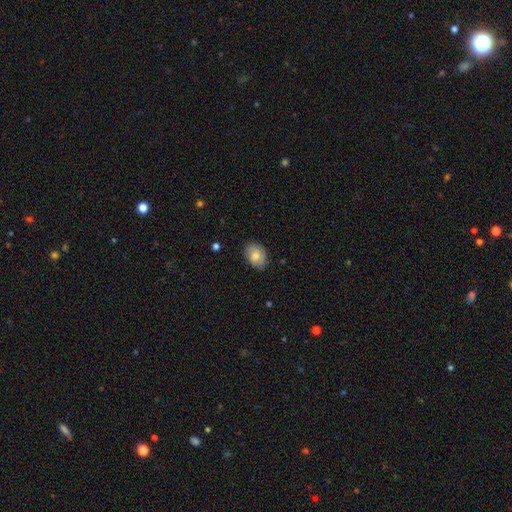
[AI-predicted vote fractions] smooth_or_featured: smooth (p=0.75) [alt: featured or disk p=0.17]
how_rounded: in between (p=0.66) [alt: round p=0.33]
merging: none (p=0.80) [alt: minor disturbance p=0.16]